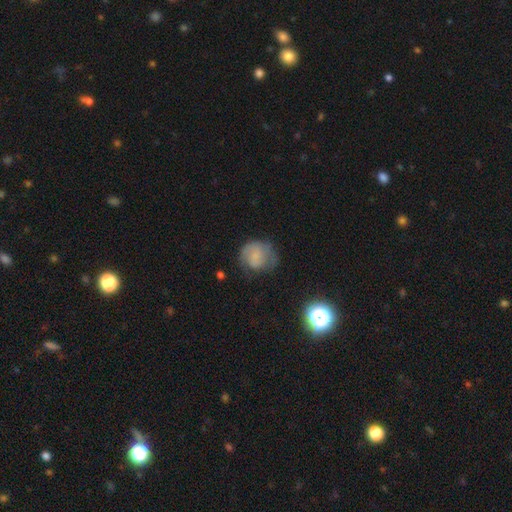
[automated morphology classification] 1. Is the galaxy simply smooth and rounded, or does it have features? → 57% smooth, 34% featured or disk, 9% star or artifact.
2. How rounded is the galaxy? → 79% round, 20% in between, 1% cigar-shaped.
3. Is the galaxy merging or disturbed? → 51% none, 28% minor disturbance, 19% major disturbance, 2% merger.